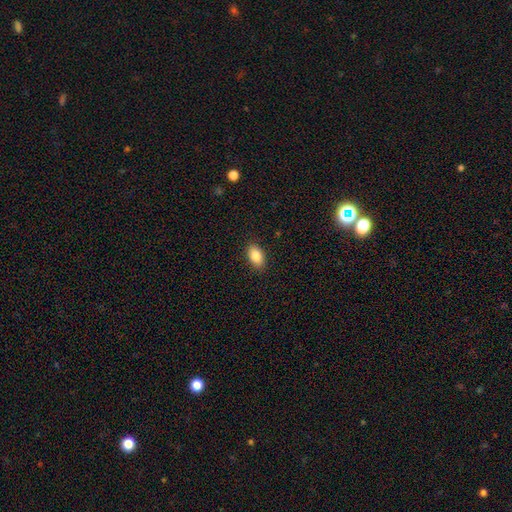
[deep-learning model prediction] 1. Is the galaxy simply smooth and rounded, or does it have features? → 87% smooth, 8% star or artifact, 6% featured or disk.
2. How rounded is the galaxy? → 92% in between, 7% round, 2% cigar-shaped.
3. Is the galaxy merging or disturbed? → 89% none, 8% minor disturbance, 2% major disturbance, 1% merger.